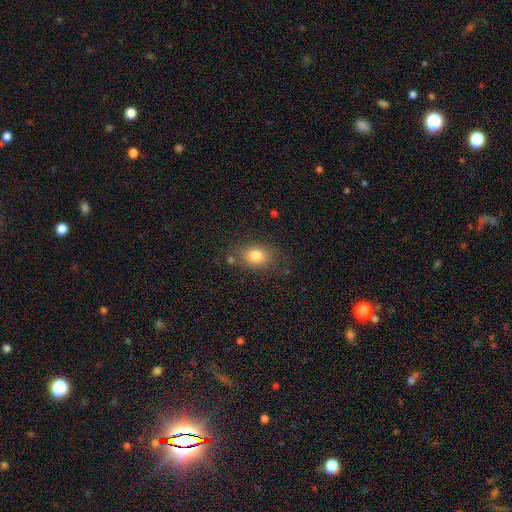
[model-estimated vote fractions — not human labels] smooth-or-featured: smooth: 81% | star or artifact: 11% | featured or disk: 9%
  how-rounded: in between: 62% | round: 37% | cigar-shaped: 1%
  merging: none: 77% | minor disturbance: 14% | major disturbance: 5% | merger: 4%